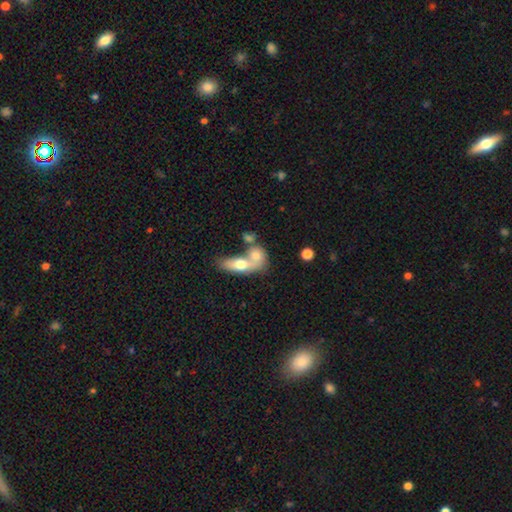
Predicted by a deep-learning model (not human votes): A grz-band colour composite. It shows a smooth galaxy with no disk features (68%) that is in between round and cigar-shaped (63%). Merging: merger (71%).